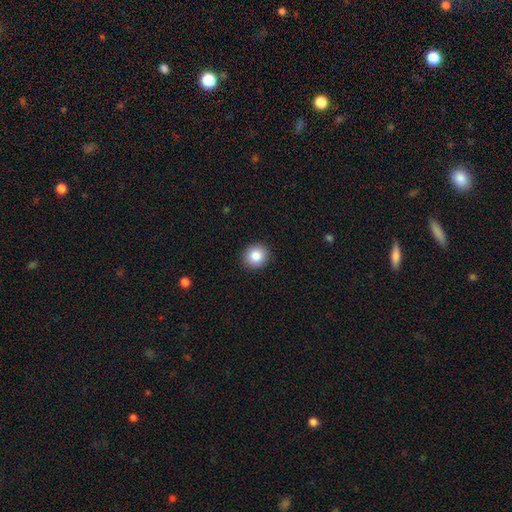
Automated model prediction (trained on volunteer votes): This appears to be a smooth galaxy with no disk features (85%) that is round (86%). Merging: none (92%).